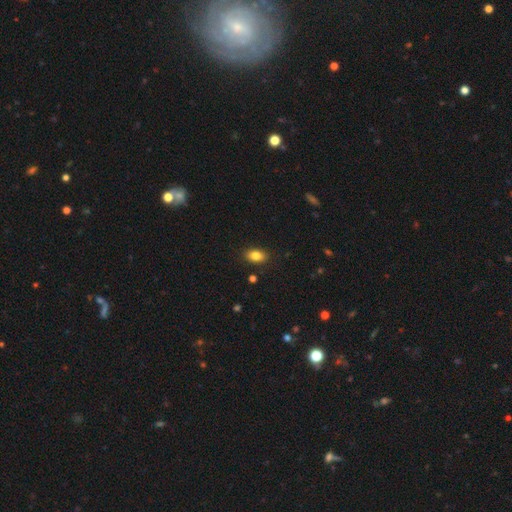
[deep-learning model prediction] This appears to be a smooth galaxy with no disk features (84%) that is in between round and cigar-shaped (86%). Merging: none (88%).